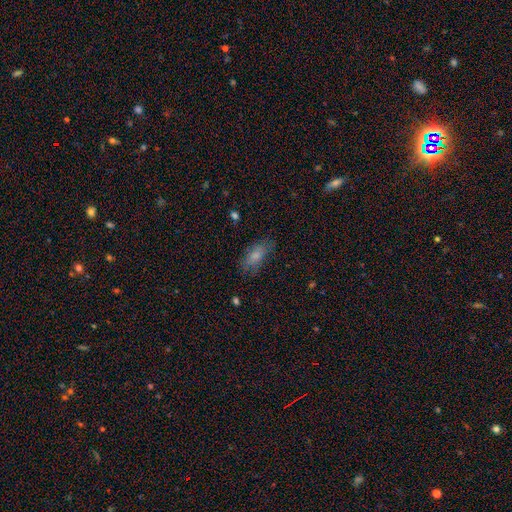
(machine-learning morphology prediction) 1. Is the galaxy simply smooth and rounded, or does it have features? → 77% smooth, 14% featured or disk, 8% star or artifact.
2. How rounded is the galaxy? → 84% in between, 12% cigar-shaped, 4% round.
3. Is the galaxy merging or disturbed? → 71% none, 20% minor disturbance, 7% major disturbance, 2% merger.